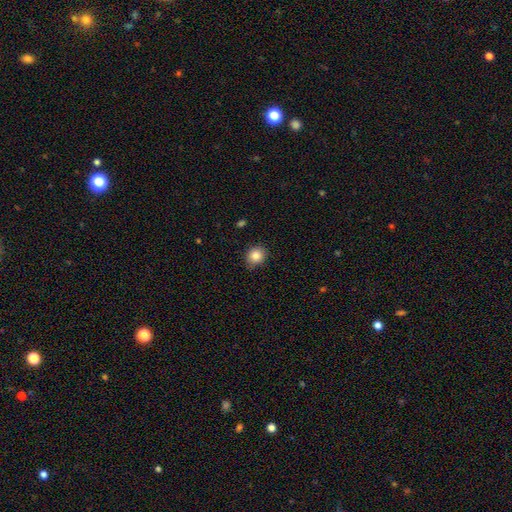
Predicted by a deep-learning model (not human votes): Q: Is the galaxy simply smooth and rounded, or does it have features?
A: smooth — 84%.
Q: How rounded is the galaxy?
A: round — 76%.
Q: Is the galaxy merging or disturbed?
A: none — 85%.